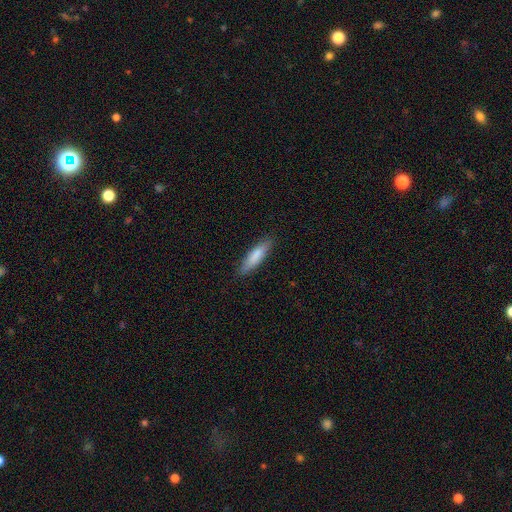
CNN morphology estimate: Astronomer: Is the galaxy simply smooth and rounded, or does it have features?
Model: smooth — 81%.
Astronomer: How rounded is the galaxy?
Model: cigar-shaped — 72%.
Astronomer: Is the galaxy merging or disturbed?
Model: none — 86%.